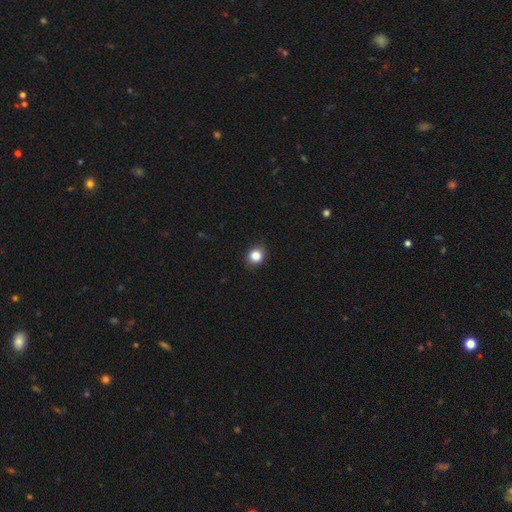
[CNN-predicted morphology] Overall: smooth (86%). How rounded: round (76%). Merging: none (86%).